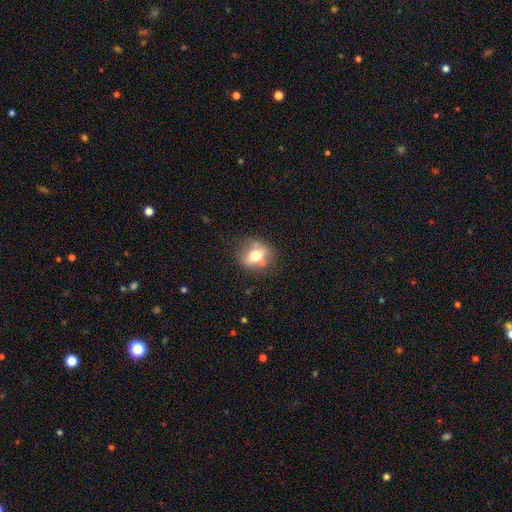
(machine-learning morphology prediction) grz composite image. It shows a smooth galaxy with no disk features (62%) that is round (53%). Merging: none (66%).